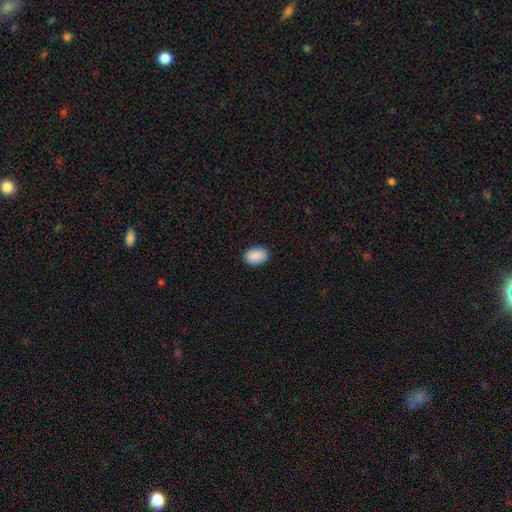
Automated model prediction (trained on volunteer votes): smooth-or-featured: smooth: 90% | star or artifact: 7% | featured or disk: 3%
  how-rounded: in between: 79% | round: 20% | cigar-shaped: 1%
  merging: none: 88% | minor disturbance: 9% | major disturbance: 2% | merger: 1%